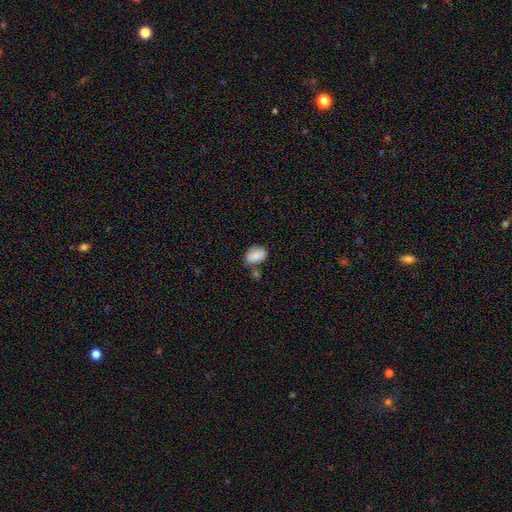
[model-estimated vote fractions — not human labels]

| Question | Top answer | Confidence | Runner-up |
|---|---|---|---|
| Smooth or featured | smooth | 84% | featured or disk (8%) |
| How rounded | in between | 82% | round (16%) |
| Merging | none | 56% | minor disturbance (22%) |